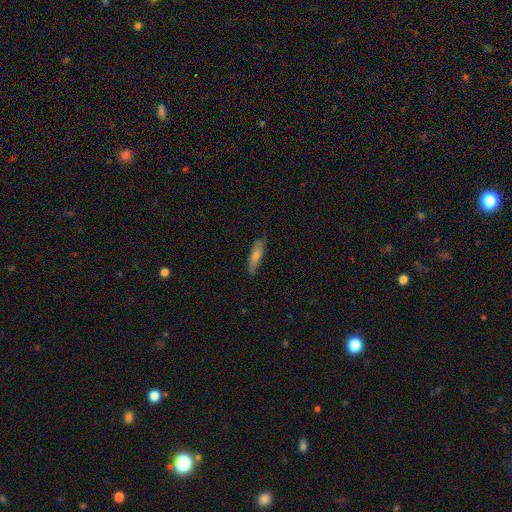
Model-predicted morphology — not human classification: Smooth or featured? smooth (55%)
How rounded? cigar-shaped (74%)
Merging? none (80%)